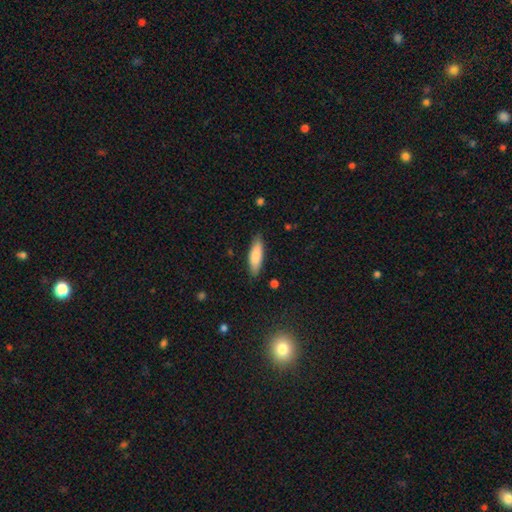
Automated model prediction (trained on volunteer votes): Smooth or featured: smooth — 83% (featured or disk — 11%)
How rounded: cigar-shaped — 52% (in between — 47%)
Merging: none — 86% (minor disturbance — 11%)